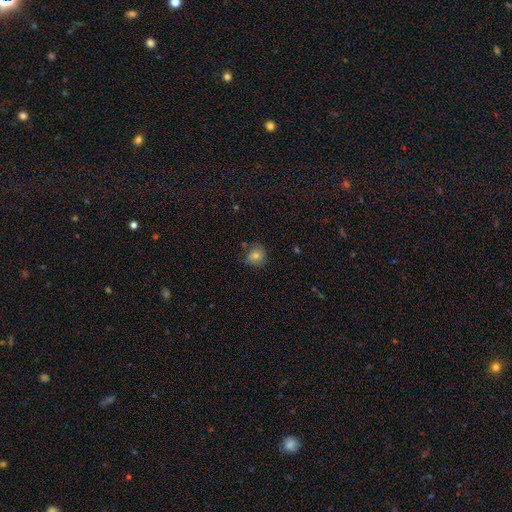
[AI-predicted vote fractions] A smooth galaxy with no disk features (72%) that is round (85%).

Vote fractions:
- Smooth or featured? smooth: 72% / featured or disk: 16% / star or artifact: 12%
- How rounded? round: 85% / in between: 14% / cigar-shaped: 1%
- Merging? none: 71% / minor disturbance: 21% / major disturbance: 5% / merger: 3%